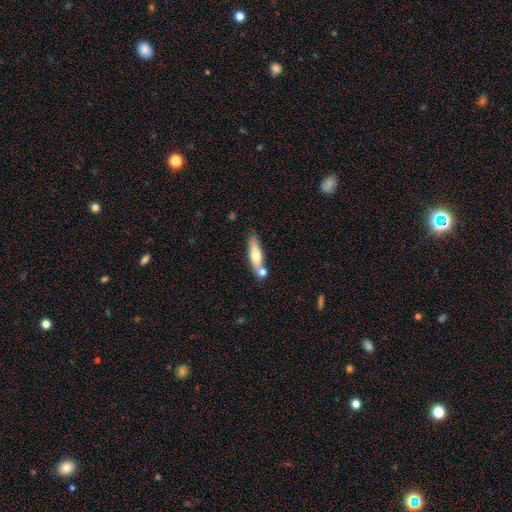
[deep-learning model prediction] This appears to be a smooth galaxy with no disk features (61%) that is cigar-shaped (66%). Merging: none (61%).